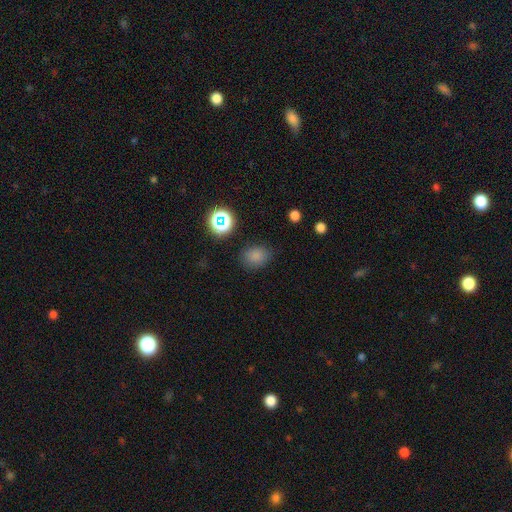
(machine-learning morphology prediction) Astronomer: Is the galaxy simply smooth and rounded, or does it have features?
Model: smooth — 78%.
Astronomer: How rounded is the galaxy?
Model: in between — 55% (runner-up: round, 44%).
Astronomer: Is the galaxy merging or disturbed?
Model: none — 82%.